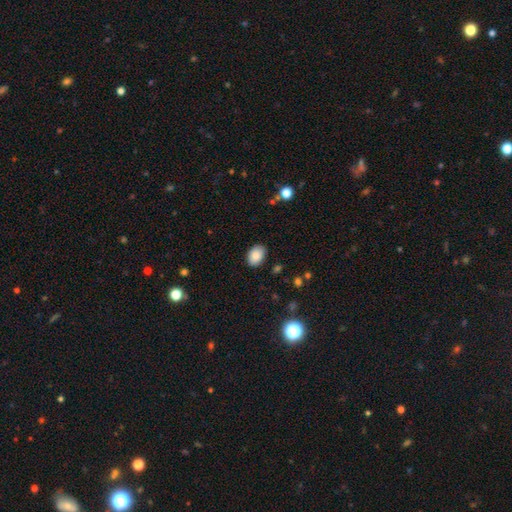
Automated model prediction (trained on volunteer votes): smooth 86%, star or artifact 8%, featured or disk 6%. Down the decision tree: how rounded — in between (79%); merging — none (87%).